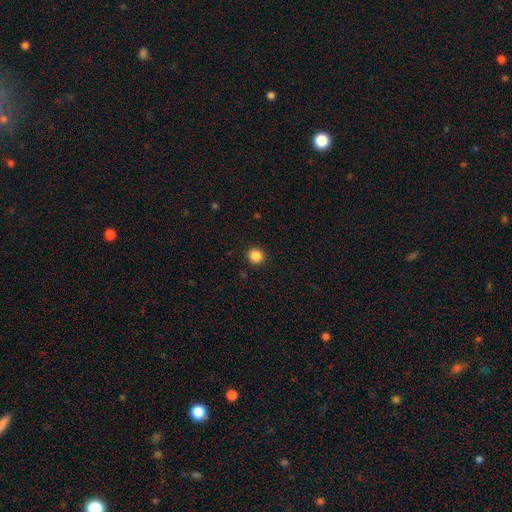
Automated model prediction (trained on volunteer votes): Smooth or featured: smooth — 86% (star or artifact — 11%)
How rounded: round — 92% (in between — 7%)
Merging: none — 93% (minor disturbance — 5%)